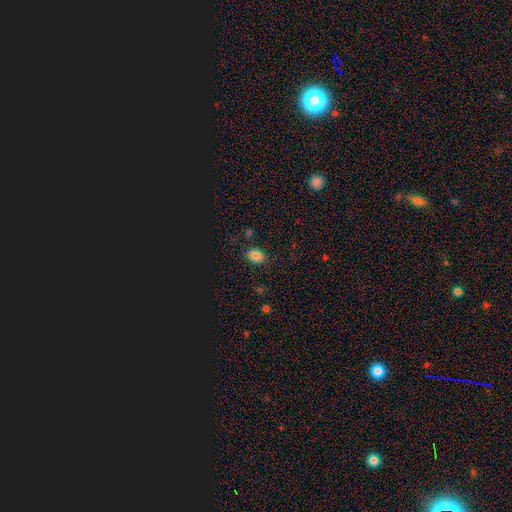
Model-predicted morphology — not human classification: smooth-or-featured: smooth: 81% | star or artifact: 14% | featured or disk: 5%
  how-rounded: in between: 55% | round: 44% | cigar-shaped: 1%
  merging: none: 82% | minor disturbance: 12% | major disturbance: 3% | merger: 2%